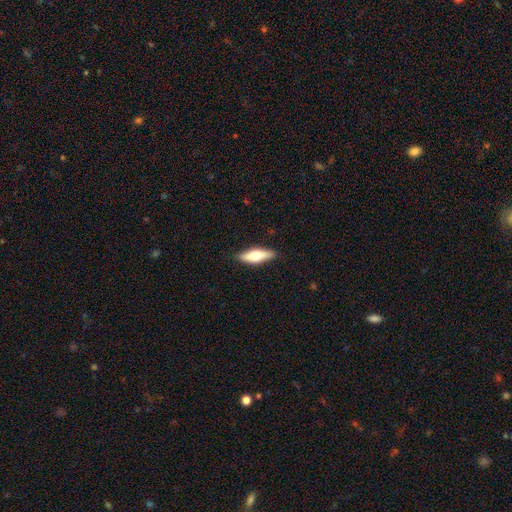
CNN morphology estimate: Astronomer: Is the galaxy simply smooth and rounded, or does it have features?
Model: smooth — 57% (runner-up: featured or disk, 37%).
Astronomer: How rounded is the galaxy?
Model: in between — 49% (runner-up: cigar-shaped, 48%).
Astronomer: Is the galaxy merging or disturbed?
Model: none — 88%.